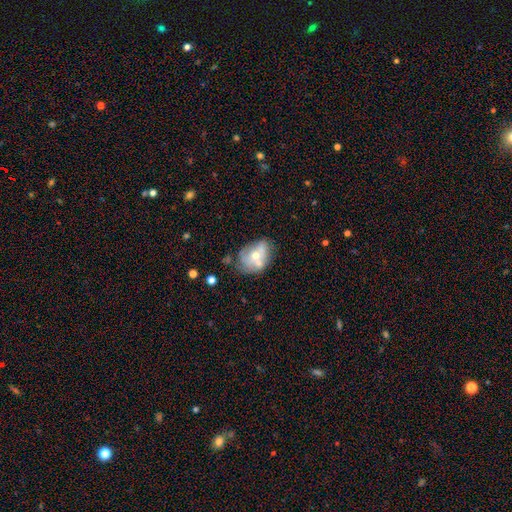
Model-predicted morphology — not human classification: This appears to be a featured or disk galaxy (49%). Merging: none (33%).